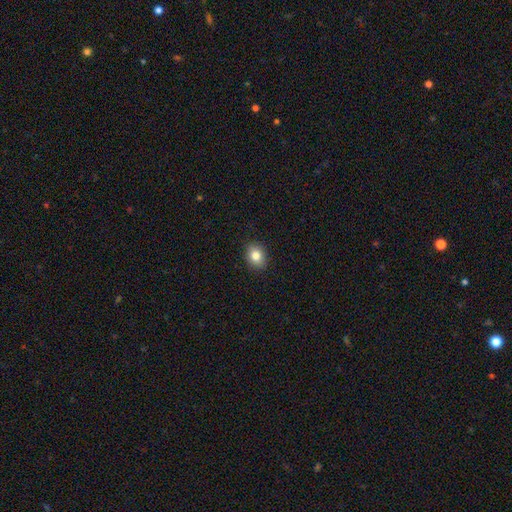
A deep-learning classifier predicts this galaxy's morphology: Smooth or featured?
  - smooth: 82% *
  - star or artifact: 10%
  - featured or disk: 9%
How rounded?
  - in between: 50% *
  - round: 49%
  - cigar-shaped: 1%
Merging?
  - none: 90% *
  - minor disturbance: 7%
  - major disturbance: 2%
  - merger: 1%